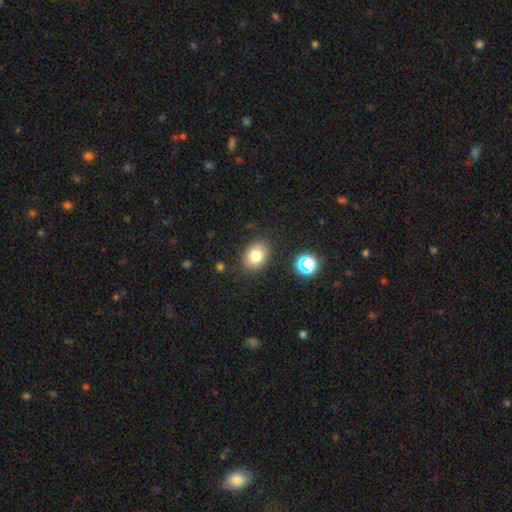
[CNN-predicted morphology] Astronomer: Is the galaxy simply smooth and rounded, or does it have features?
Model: smooth — 80%.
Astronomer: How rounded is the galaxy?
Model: in between — 61% (runner-up: round, 38%).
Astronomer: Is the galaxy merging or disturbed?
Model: none — 85%.